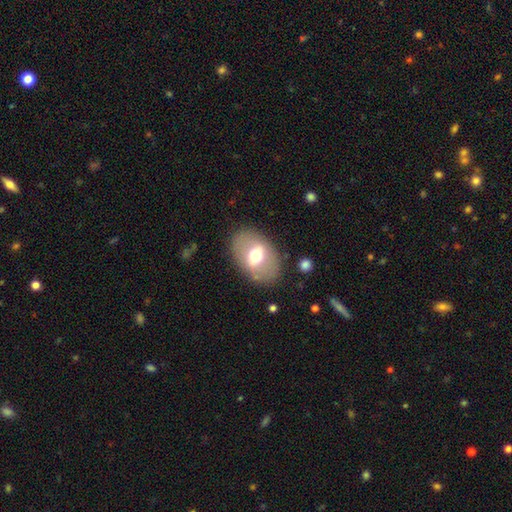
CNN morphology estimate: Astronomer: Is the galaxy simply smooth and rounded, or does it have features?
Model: smooth — 52% (runner-up: featured or disk, 41%).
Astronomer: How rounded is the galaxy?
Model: in between — 81%.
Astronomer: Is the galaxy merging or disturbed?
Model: none — 81%.